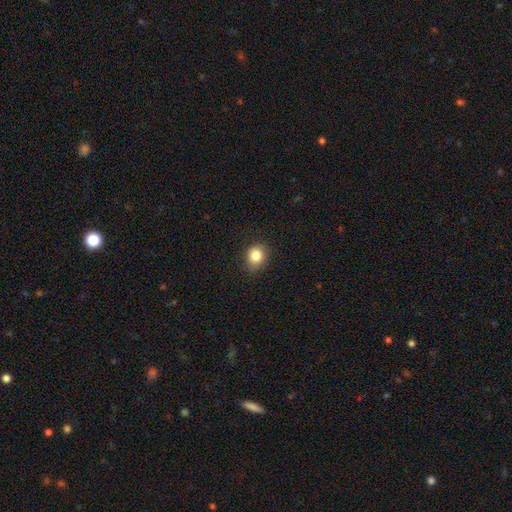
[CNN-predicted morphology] smooth 84%, star or artifact 10%, featured or disk 6%. Down the decision tree: how rounded — round (70%); merging — none (82%).